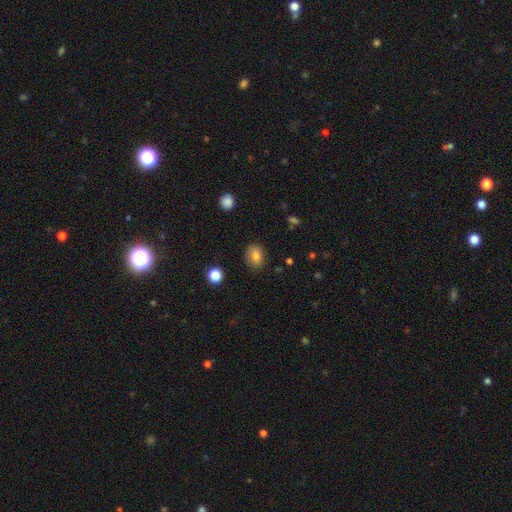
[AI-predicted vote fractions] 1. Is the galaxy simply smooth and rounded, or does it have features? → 81% smooth, 10% star or artifact, 9% featured or disk.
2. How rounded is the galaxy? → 66% in between, 33% round, 1% cigar-shaped.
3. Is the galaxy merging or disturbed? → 82% none, 13% minor disturbance, 3% major disturbance, 1% merger.